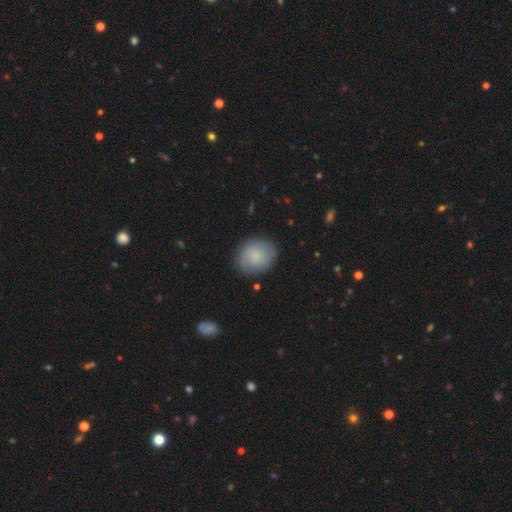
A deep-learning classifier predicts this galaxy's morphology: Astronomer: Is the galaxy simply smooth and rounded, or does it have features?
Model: smooth — 74%.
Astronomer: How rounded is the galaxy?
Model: round — 72%.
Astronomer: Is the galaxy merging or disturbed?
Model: none — 81%.